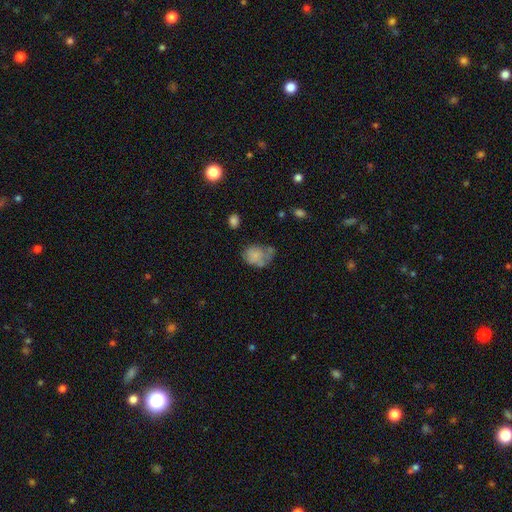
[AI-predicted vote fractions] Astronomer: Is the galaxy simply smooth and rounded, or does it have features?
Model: smooth — 71%.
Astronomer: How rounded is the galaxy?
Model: in between — 64%.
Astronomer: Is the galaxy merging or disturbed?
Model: none — 33%, tied with minor disturbance at 33%.